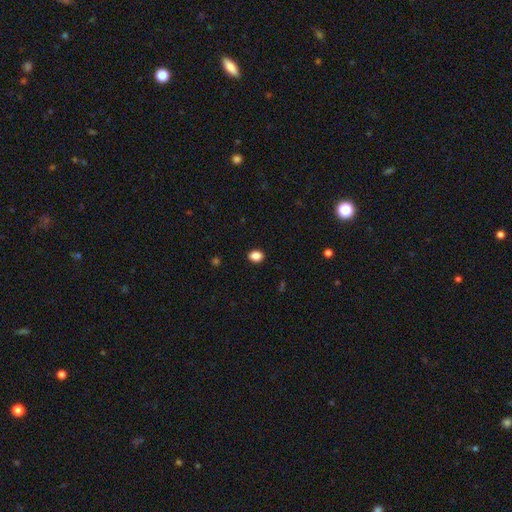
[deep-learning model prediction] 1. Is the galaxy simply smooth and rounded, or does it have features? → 87% smooth, 9% star or artifact, 3% featured or disk.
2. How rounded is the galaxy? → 60% in between, 39% round, 1% cigar-shaped.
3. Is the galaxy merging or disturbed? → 90% none, 7% minor disturbance, 2% major disturbance, 1% merger.